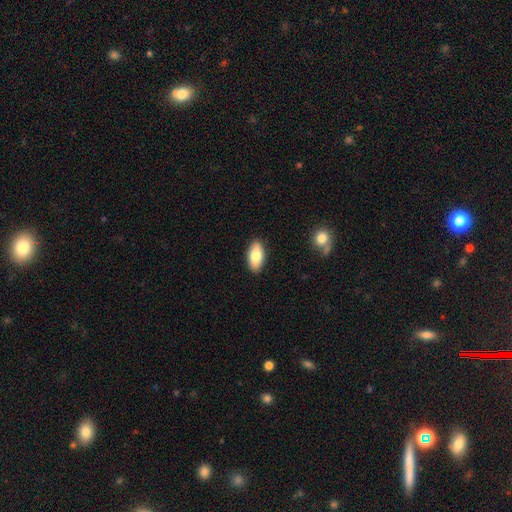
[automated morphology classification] The model was most divided on "smooth or featured": smooth: 79%, featured or disk: 14%, star or artifact: 7%. More confident: how rounded — in between (91%); merging — none (90%).